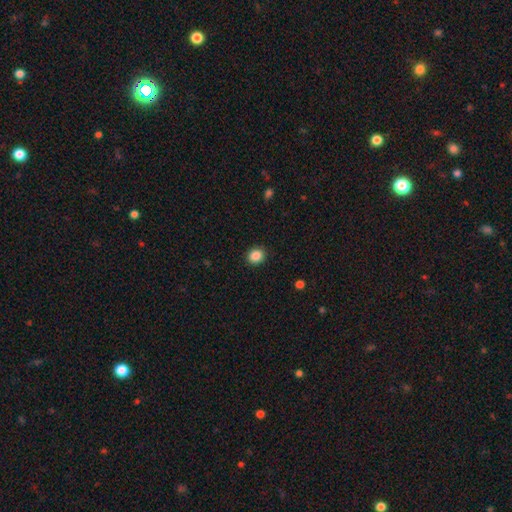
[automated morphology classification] The model was most divided on "how rounded": round: 76%, in between: 23%, cigar-shaped: 1%. More confident: merging — none (91%); smooth or featured — smooth (87%).